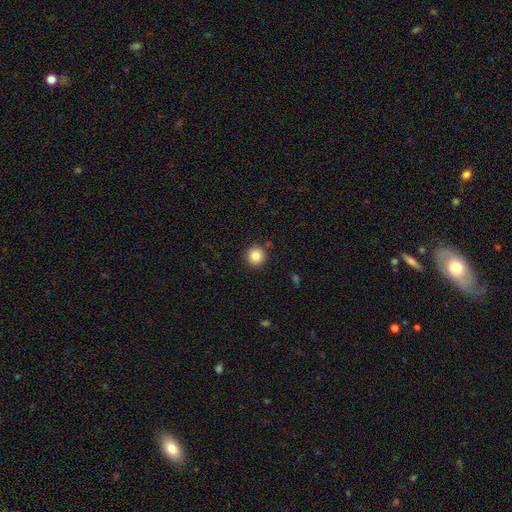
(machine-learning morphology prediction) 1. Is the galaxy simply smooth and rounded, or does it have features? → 84% smooth, 10% star or artifact, 6% featured or disk.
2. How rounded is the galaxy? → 94% round, 5% in between, 1% cigar-shaped.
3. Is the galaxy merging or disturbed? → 90% none, 6% minor disturbance, 2% major disturbance, 2% merger.